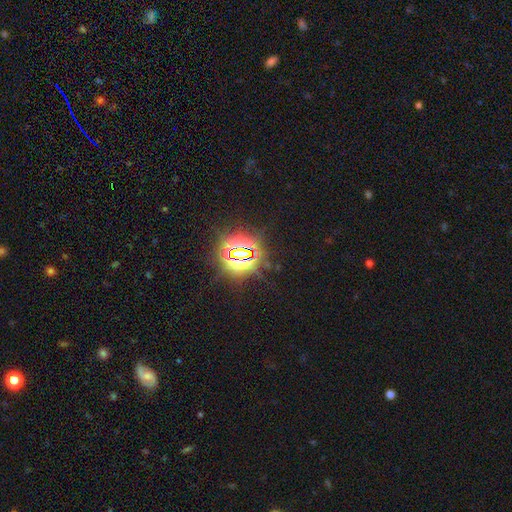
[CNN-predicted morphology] smooth-or-featured: star or artifact: 83% | smooth: 10% | featured or disk: 8%